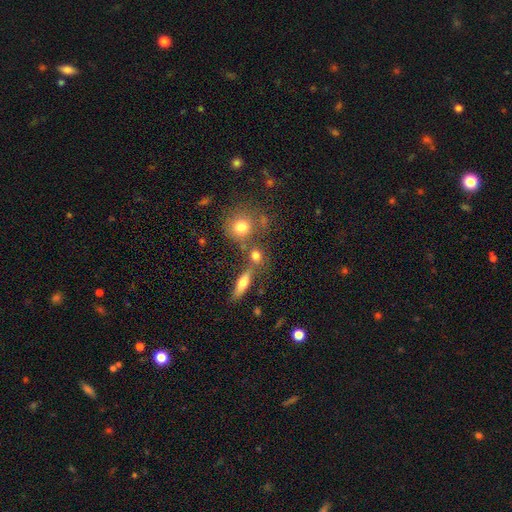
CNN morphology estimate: smooth-or-featured: smooth: 74% | star or artifact: 14% | featured or disk: 13%
  how-rounded: round: 66% | in between: 26% | cigar-shaped: 7%
  merging: none: 62% | merger: 23% | minor disturbance: 10% | major disturbance: 5%